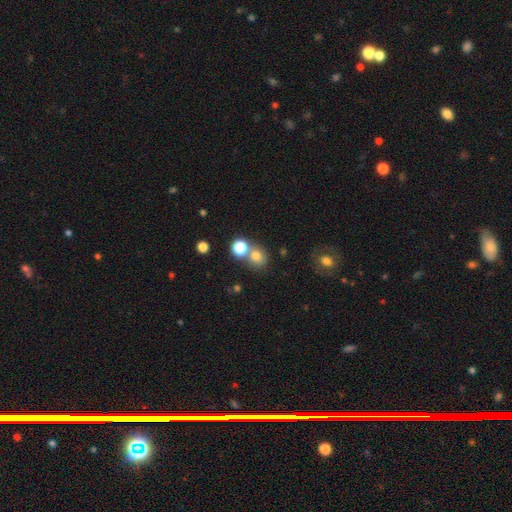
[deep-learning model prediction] Morphology: type=smooth (75%); roundness=round (80%); merging=none (57%).